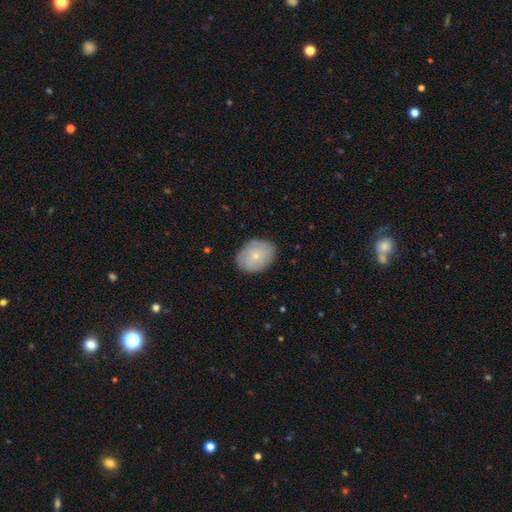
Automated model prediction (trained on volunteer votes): smooth 70%, featured or disk 24%, star or artifact 7%. Down the decision tree: how rounded — in between (68%); merging — none (82%).